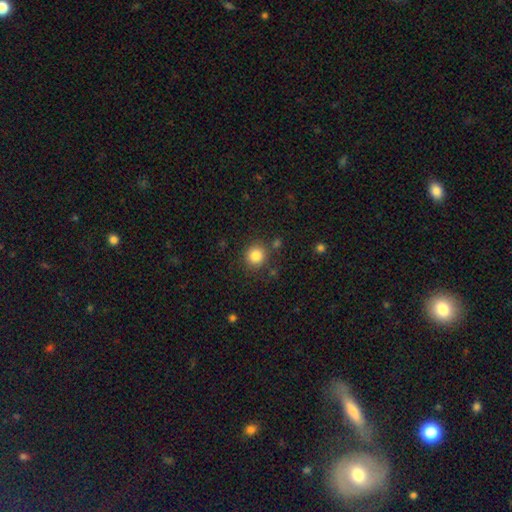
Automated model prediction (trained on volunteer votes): smooth-or-featured: smooth: 84% | star or artifact: 11% | featured or disk: 6%
  how-rounded: round: 91% | in between: 8% | cigar-shaped: 1%
  merging: none: 84% | minor disturbance: 8% | merger: 4% | major disturbance: 3%